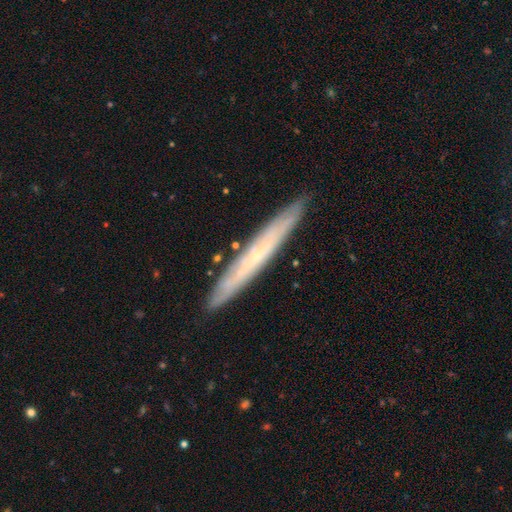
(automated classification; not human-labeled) Smooth or featured?
  - featured or disk: 54% *
  - smooth: 39%
  - star or artifact: 7%
Edge-on disk?
  - yes: 89% *
  - no: 11%
Merging?
  - none: 90% *
  - minor disturbance: 8%
  - merger: 1%
  - major disturbance: 1%